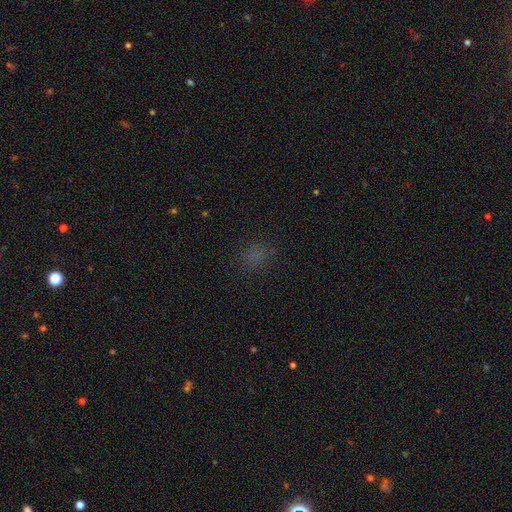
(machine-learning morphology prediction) Q: Smooth or featured?
A: smooth (68%); runner-up: star or artifact (26%)
Q: How rounded?
A: round (55%); runner-up: in between (42%)
Q: Merging?
A: none (82%); runner-up: minor disturbance (12%)